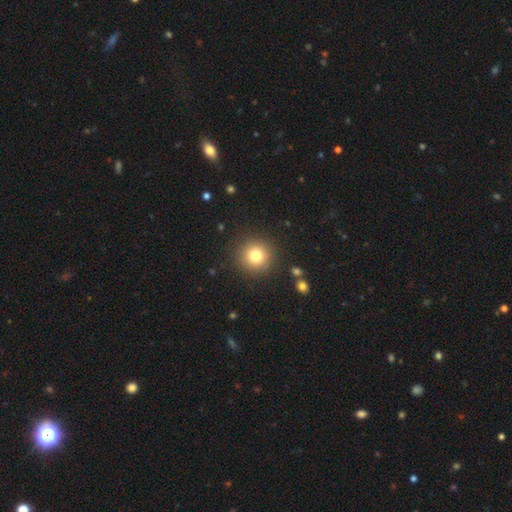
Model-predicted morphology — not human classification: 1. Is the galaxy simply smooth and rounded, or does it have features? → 79% smooth, 13% star or artifact, 8% featured or disk.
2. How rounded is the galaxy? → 95% round, 4% in between, 1% cigar-shaped.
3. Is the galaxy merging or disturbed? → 89% none, 6% minor disturbance, 3% major disturbance, 2% merger.